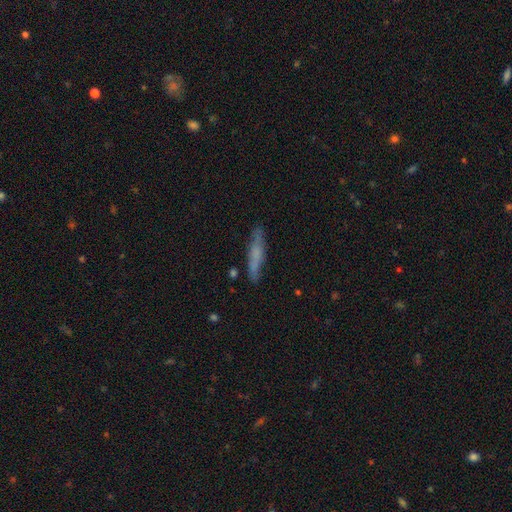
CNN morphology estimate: smooth-or-featured: smooth: 54% | featured or disk: 38% | star or artifact: 8%
  how-rounded: cigar-shaped: 89% | in between: 9% | round: 2%
  merging: none: 81% | minor disturbance: 14% | major disturbance: 3% | merger: 2%